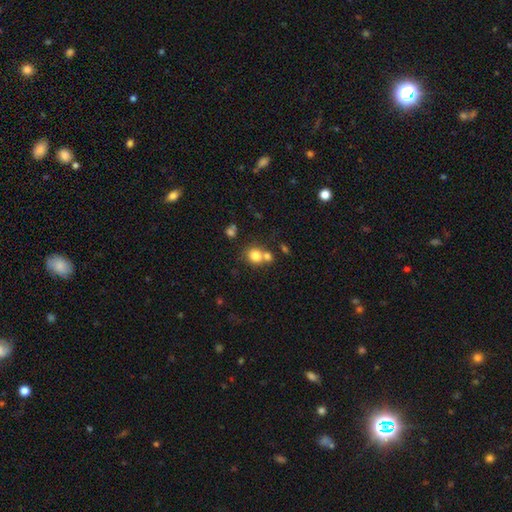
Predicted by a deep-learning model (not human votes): Smooth or featured? Predicted: smooth (p=0.79). How rounded? Predicted: round (p=0.80). Merging? Predicted: none (p=0.51).